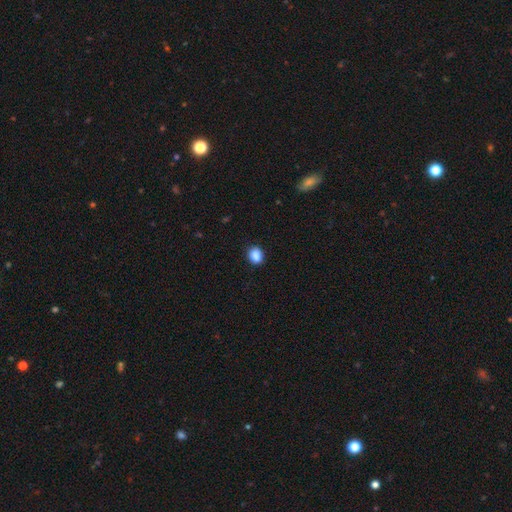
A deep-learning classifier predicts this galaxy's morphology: smooth_or_featured: smooth (p=0.87) [alt: star or artifact p=0.10]
how_rounded: round (p=0.52) [alt: in between p=0.47]
merging: none (p=0.84) [alt: minor disturbance p=0.11]